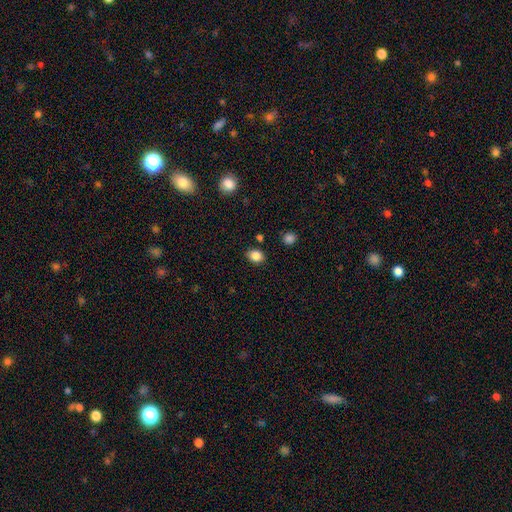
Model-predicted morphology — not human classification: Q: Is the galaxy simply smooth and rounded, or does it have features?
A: smooth — 85%.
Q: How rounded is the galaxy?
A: in between — 57%.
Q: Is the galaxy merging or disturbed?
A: none — 85%.